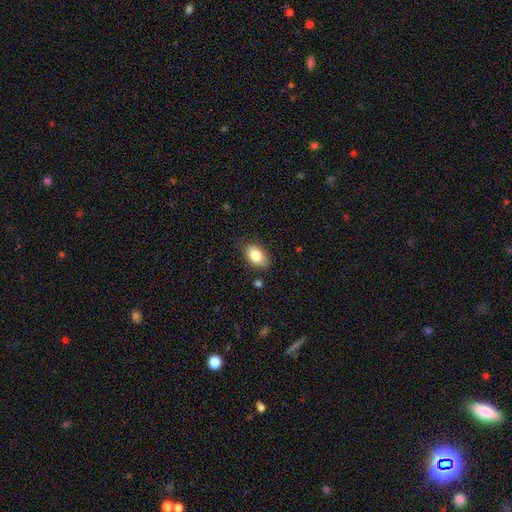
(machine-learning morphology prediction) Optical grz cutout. It shows a smooth galaxy with no disk features (82%) that is in between round and cigar-shaped (87%). Merging: none (79%).